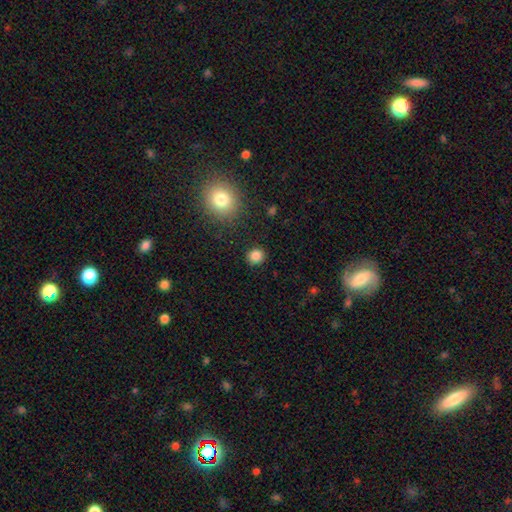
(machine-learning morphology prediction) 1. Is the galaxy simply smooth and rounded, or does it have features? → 84% smooth, 12% star or artifact, 4% featured or disk.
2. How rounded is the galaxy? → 86% round, 13% in between, 1% cigar-shaped.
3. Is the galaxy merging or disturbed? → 90% none, 7% minor disturbance, 2% major disturbance, 1% merger.